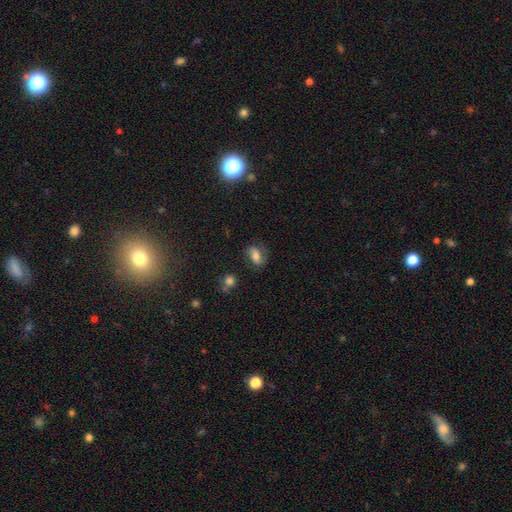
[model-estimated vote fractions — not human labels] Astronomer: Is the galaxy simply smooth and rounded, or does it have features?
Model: smooth — 54% (runner-up: featured or disk, 35%).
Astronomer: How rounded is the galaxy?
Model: in between — 79%.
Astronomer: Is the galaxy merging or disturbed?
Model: none — 67%.